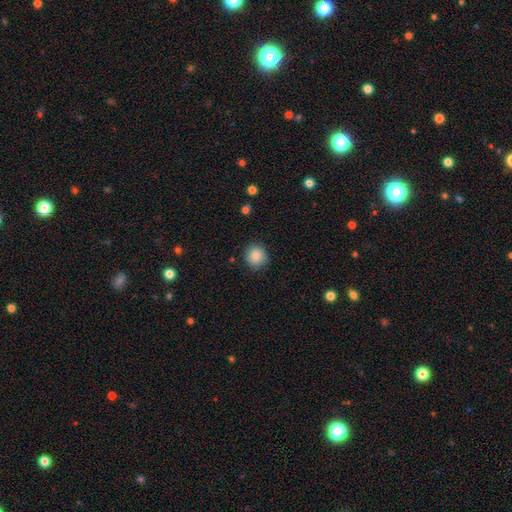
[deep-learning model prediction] Q: Smooth or featured?
A: smooth (87%); runner-up: star or artifact (9%)
Q: How rounded?
A: round (91%); runner-up: in between (8%)
Q: Merging?
A: none (86%); runner-up: minor disturbance (10%)